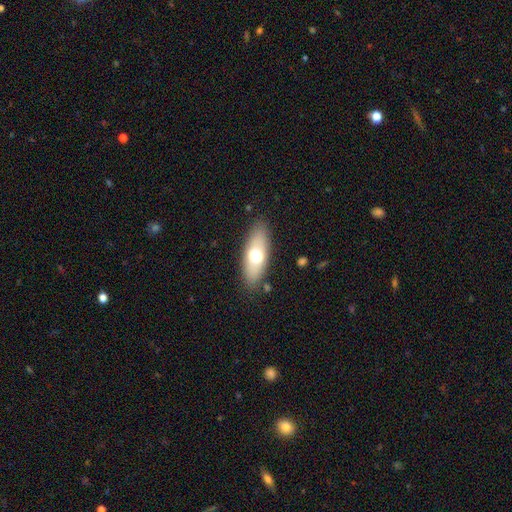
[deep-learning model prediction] Overall: smooth (63%; featured or disk 30%). How rounded: in between (73%). Merging: none (85%).